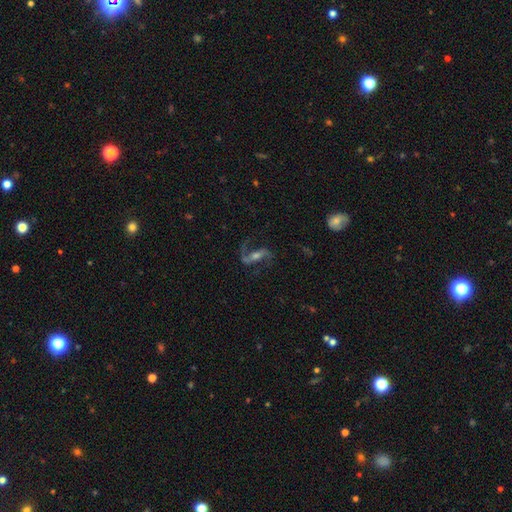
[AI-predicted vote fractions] This appears to be a featured or disk galaxy (86%) with a strong bar (48%), 2 (91%) loose (55%) spiral arms (96%) and a moderate central bulge (52%). Merging: none (74%).